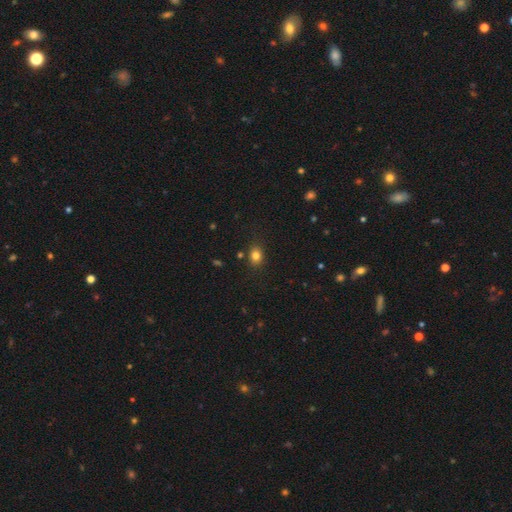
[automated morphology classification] smooth-or-featured: smooth: 80% | star or artifact: 13% | featured or disk: 7%
  how-rounded: in between: 53% | round: 46% | cigar-shaped: 1%
  merging: none: 83% | minor disturbance: 11% | major disturbance: 3% | merger: 3%